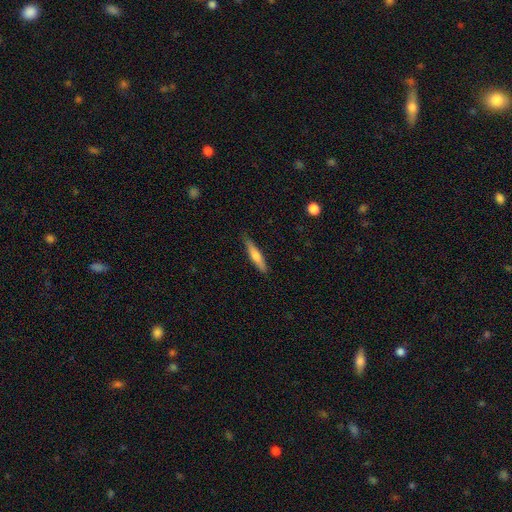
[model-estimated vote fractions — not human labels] Smooth or featured?
  - smooth: 60% *
  - featured or disk: 34%
  - star or artifact: 6%
How rounded?
  - cigar-shaped: 89% *
  - in between: 10%
  - round: 1%
Merging?
  - none: 87% *
  - minor disturbance: 10%
  - major disturbance: 2%
  - merger: 1%